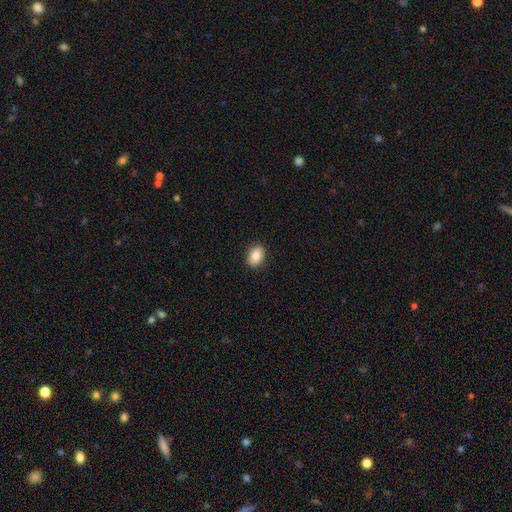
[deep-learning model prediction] This appears to be a smooth galaxy with no disk features (86%) that is in between round and cigar-shaped (80%). Merging: none (90%).